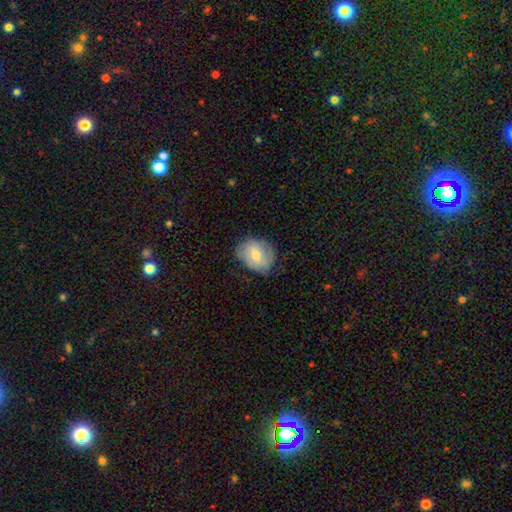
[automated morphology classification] Overall: smooth (51%; featured or disk 41%). How rounded: in between (52%; round 47%). Merging: none (71%).